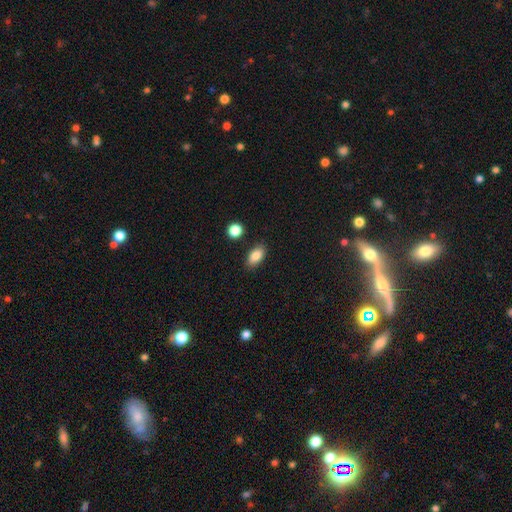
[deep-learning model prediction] This appears to be a smooth galaxy with no disk features (85%) that is in between round and cigar-shaped (90%). Merging: none (84%).